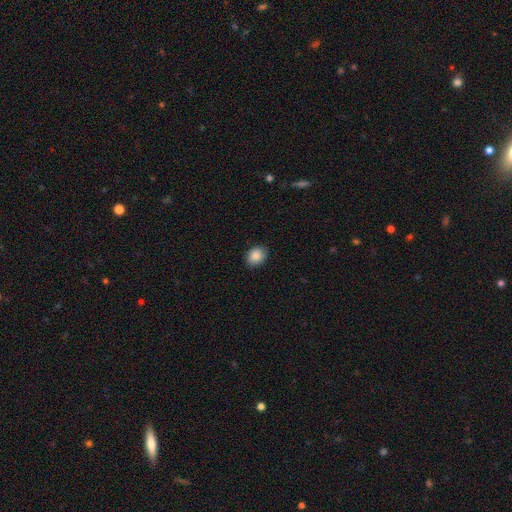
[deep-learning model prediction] Q: Smooth or featured?
A: smooth (88%); runner-up: star or artifact (8%)
Q: How rounded?
A: in between (53%); runner-up: round (46%)
Q: Merging?
A: none (88%); runner-up: minor disturbance (9%)